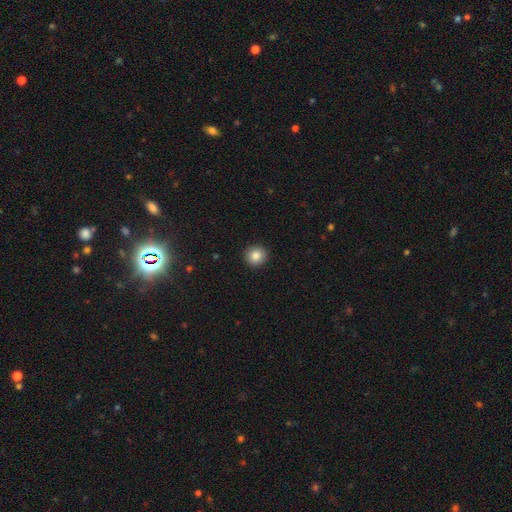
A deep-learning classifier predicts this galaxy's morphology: type=smooth (85%); roundness=round (93%); merging=none (93%).